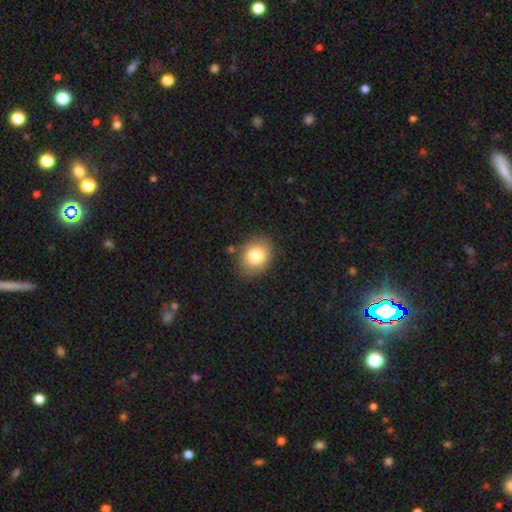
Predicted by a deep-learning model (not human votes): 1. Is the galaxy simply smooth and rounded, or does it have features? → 82% smooth, 9% featured or disk, 9% star or artifact.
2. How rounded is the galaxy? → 50% in between, 49% round, 1% cigar-shaped.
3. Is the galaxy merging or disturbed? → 81% none, 13% minor disturbance, 3% major disturbance, 3% merger.